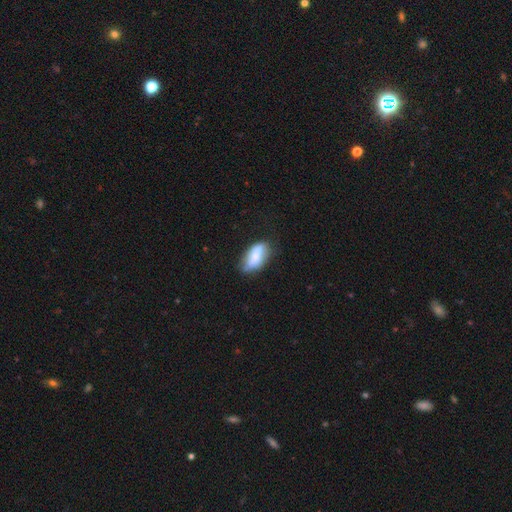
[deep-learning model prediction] smooth 64%, featured or disk 29%, star or artifact 7%. Down the decision tree: how rounded — in between (85%); merging — none (60%).